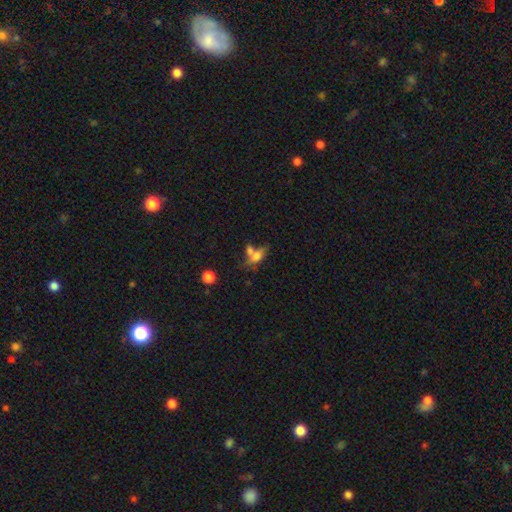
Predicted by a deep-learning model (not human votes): Smooth or featured?
  - smooth: 63% *
  - featured or disk: 25%
  - star or artifact: 12%
How rounded?
  - in between: 74% *
  - cigar-shaped: 15%
  - round: 11%
Merging?
  - merger: 45% *
  - none: 32%
  - minor disturbance: 13%
  - major disturbance: 10%